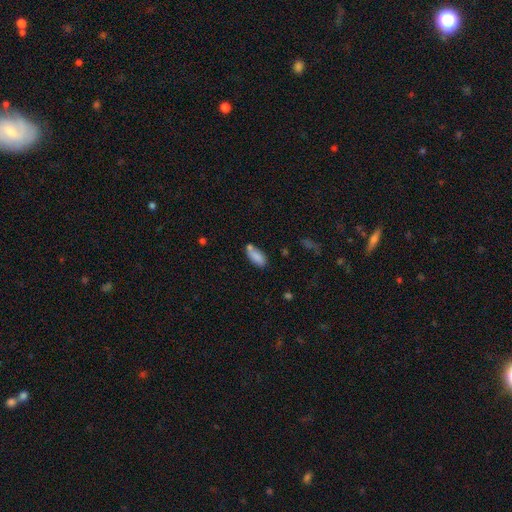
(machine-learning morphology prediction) This appears to be a smooth galaxy with no disk features (84%) that is in between round and cigar-shaped (86%). Merging: none (56%).